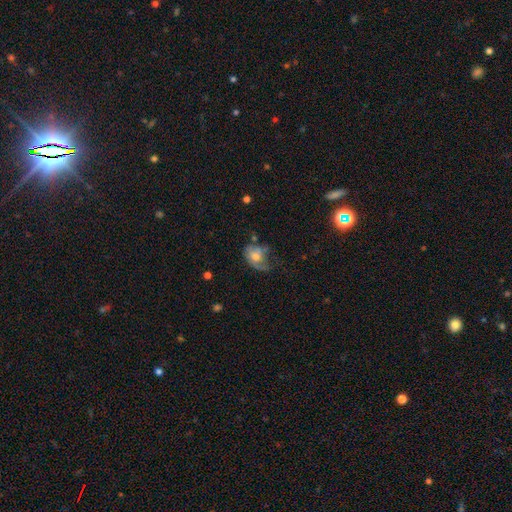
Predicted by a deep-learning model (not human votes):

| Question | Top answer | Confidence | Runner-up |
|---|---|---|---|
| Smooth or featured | smooth | 48% | featured or disk (43%) |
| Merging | major disturbance | 36% | minor disturbance (29%) |